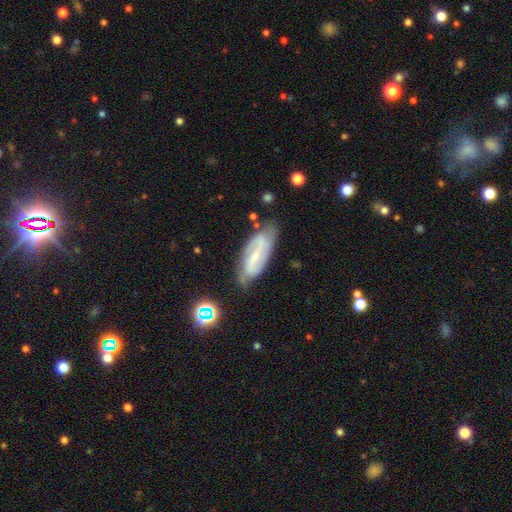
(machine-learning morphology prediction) Smooth or featured? featured or disk (80%)
Edge-on disk? no (92%)
Bar? weak (44%)
Spiral arms? yes (94%)
Spiral winding? medium (47%)
Spiral arm count? 2 (83%)
Bulge size? small (67%)
Merging? none (73%)